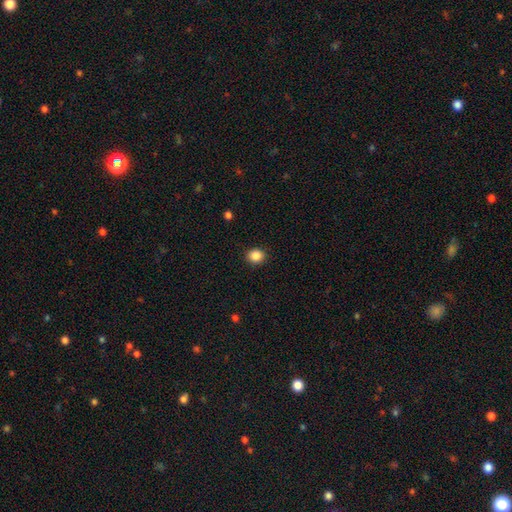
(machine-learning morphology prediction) Overall: smooth (87%). How rounded: round (85%). Merging: none (91%).